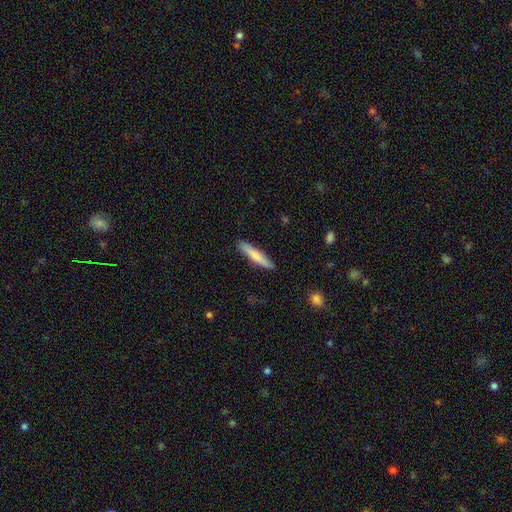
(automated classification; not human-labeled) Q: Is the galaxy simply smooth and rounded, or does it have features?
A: smooth — 75%.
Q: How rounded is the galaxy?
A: cigar-shaped — 91%.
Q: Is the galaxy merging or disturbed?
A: none — 89%.